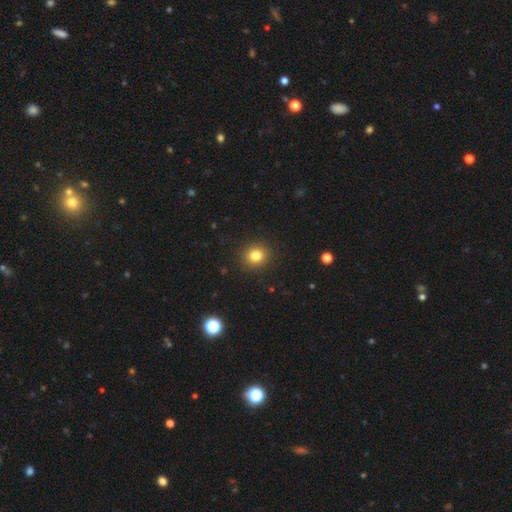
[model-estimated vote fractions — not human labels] Smooth or featured? Predicted: smooth (p=0.81). How rounded? Predicted: round (p=0.83). Merging? Predicted: none (p=0.91).